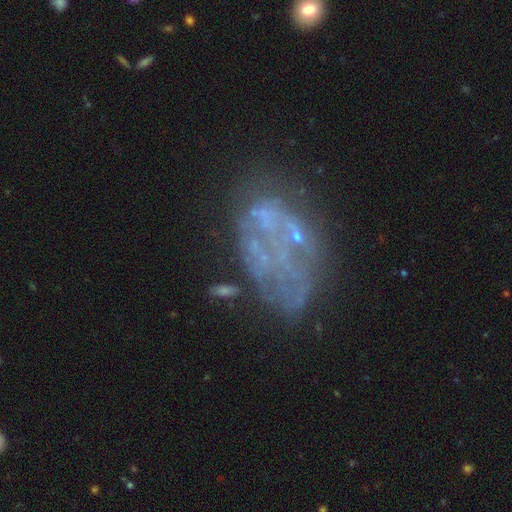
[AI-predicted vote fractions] Q: Smooth or featured?
A: featured or disk (63%); runner-up: smooth (19%)
Q: Edge-on disk?
A: no (97%); runner-up: yes (3%)
Q: Bar?
A: no (92%); runner-up: weak (6%)
Q: Spiral arms?
A: no (89%); runner-up: yes (11%)
Q: Bulge size?
A: none (80%); runner-up: small (13%)
Q: Merging?
A: none (48%); runner-up: major disturbance (24%)